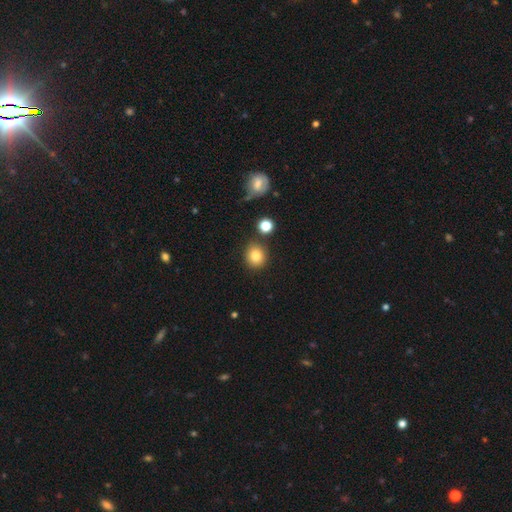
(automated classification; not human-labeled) Overall: smooth (82%). How rounded: round (80%). Merging: none (80%).